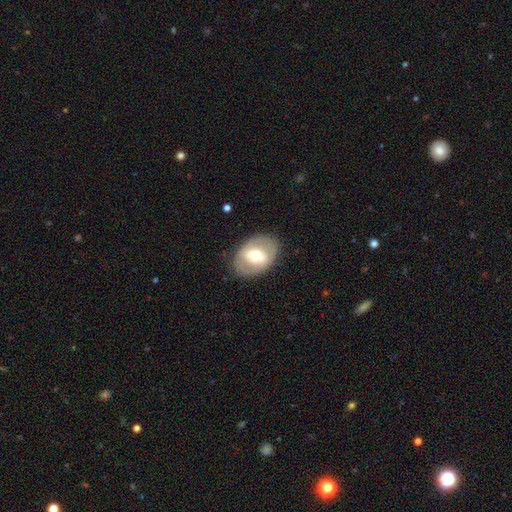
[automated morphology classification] smooth-or-featured: featured or disk: 49% | smooth: 45% | star or artifact: 6%
  merging: none: 84% | minor disturbance: 11% | major disturbance: 4% | merger: 1%